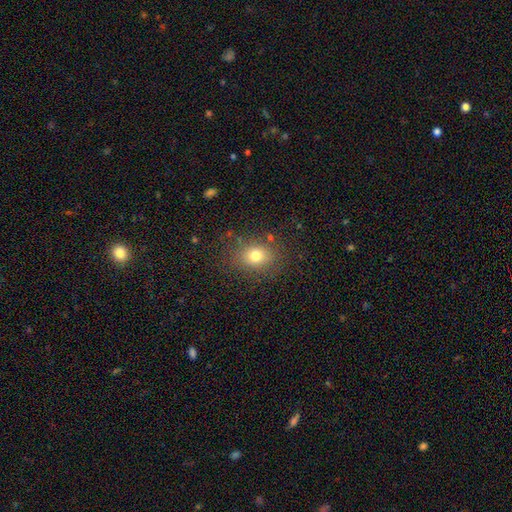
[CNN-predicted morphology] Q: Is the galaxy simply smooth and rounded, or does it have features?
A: smooth — 76%.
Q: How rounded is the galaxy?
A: round — 51%.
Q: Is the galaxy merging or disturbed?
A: none — 81%.